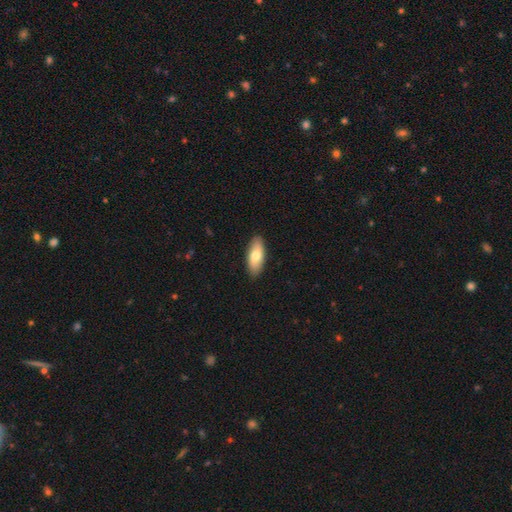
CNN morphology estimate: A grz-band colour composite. It shows a smooth galaxy with no disk features (74%) that is in between round and cigar-shaped (82%). Merging: none (89%).